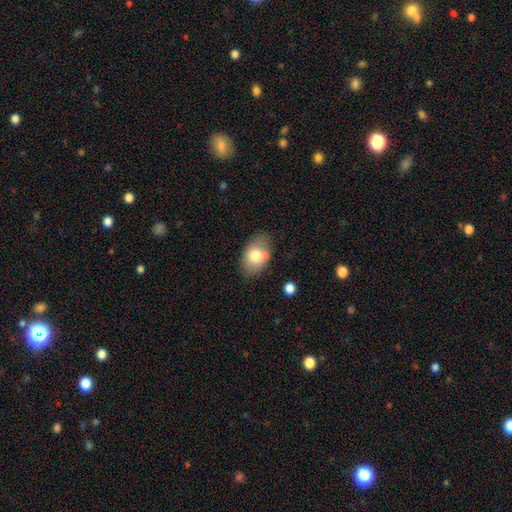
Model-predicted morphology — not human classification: type=smooth (76%); roundness=in between (87%); merging=none (74%).